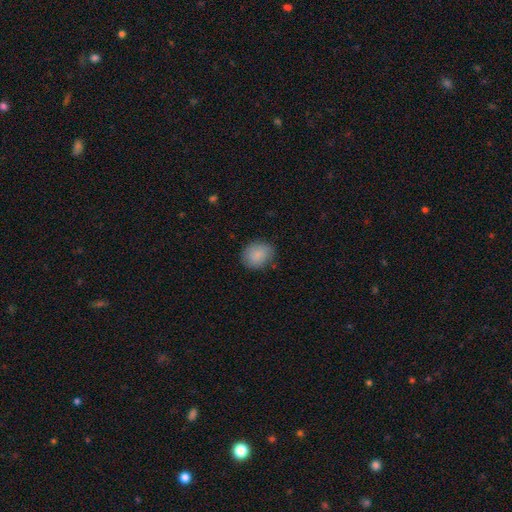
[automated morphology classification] Smooth or featured? smooth (86%)
How rounded? round (56%)
Merging? none (80%)